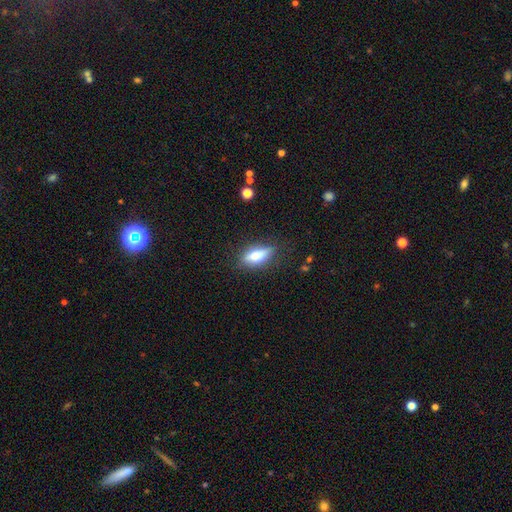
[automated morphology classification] This is likely a smooth galaxy (63%). How rounded: likely in between (67%). Merging: likely none (78%).